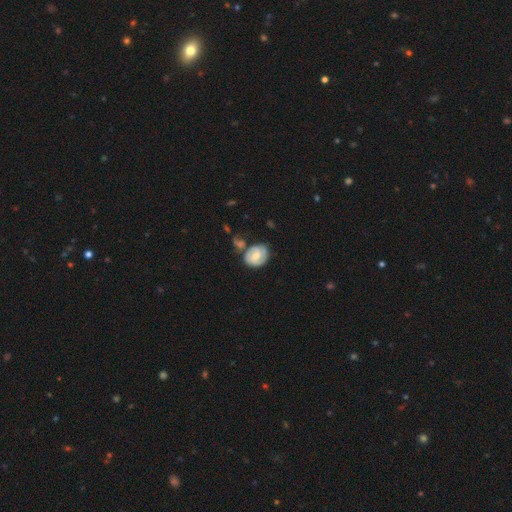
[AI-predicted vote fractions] Smooth or featured? Predicted: featured or disk (p=0.61). Edge-on disk? Predicted: no (p=0.97). Bar? Predicted: no (p=0.49). Spiral arms? Predicted: yes (p=0.82). Bulge size? Predicted: moderate (p=0.61). Merging? Predicted: none (p=0.49).